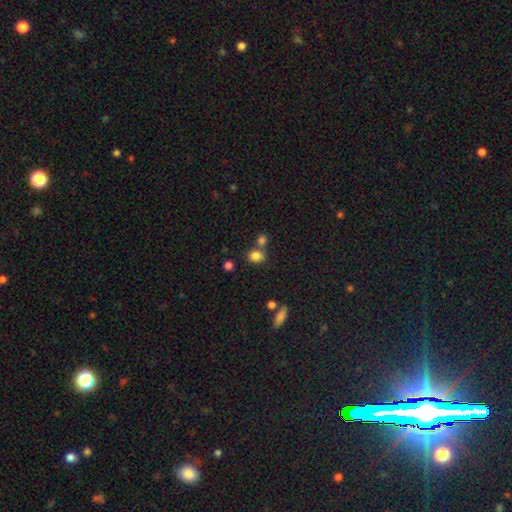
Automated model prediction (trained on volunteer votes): The model was most divided on "how rounded": round: 55%, in between: 44%, cigar-shaped: 1%. More confident: smooth or featured — smooth (82%); merging — none (59%).